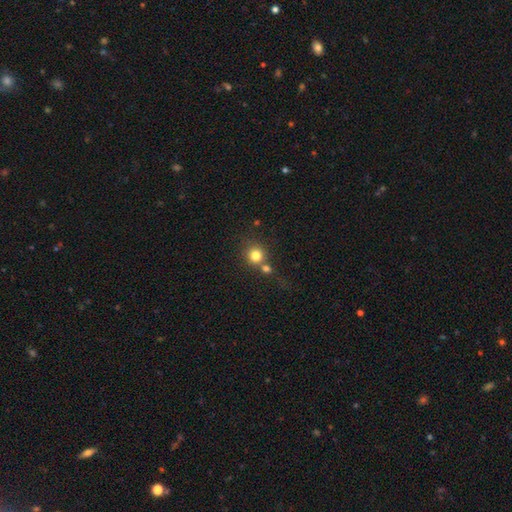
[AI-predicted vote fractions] Q: Smooth or featured?
A: smooth (79%); runner-up: star or artifact (12%)
Q: How rounded?
A: round (90%); runner-up: in between (9%)
Q: Merging?
A: none (54%); runner-up: merger (33%)